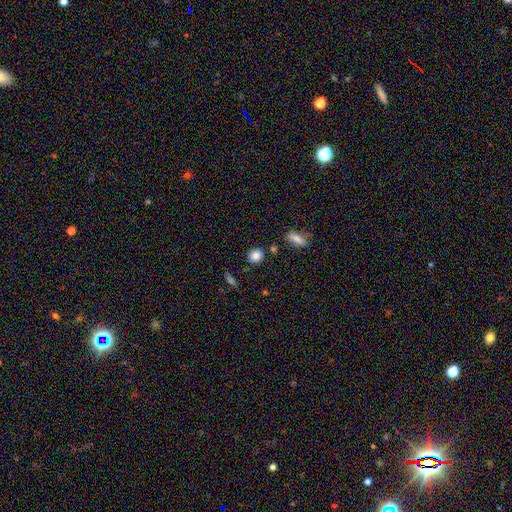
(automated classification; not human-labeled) This appears to be a smooth galaxy with no disk features (84%) that is round (81%). Merging: none (83%).